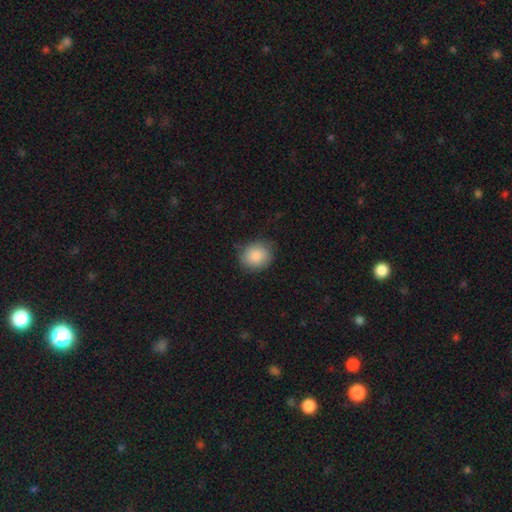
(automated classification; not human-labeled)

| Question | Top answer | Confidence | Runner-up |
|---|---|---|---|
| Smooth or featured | smooth | 87% | star or artifact (7%) |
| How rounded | round | 68% | in between (32%) |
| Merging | none | 79% | minor disturbance (16%) |